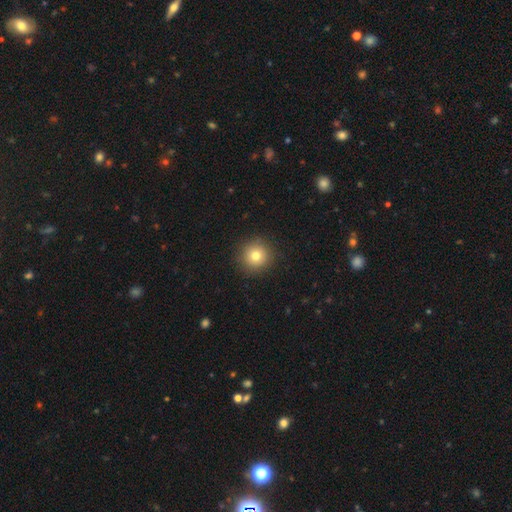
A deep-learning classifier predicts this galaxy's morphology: smooth 78%, star or artifact 12%, featured or disk 10%. Down the decision tree: how rounded — round (94%); merging — none (91%).